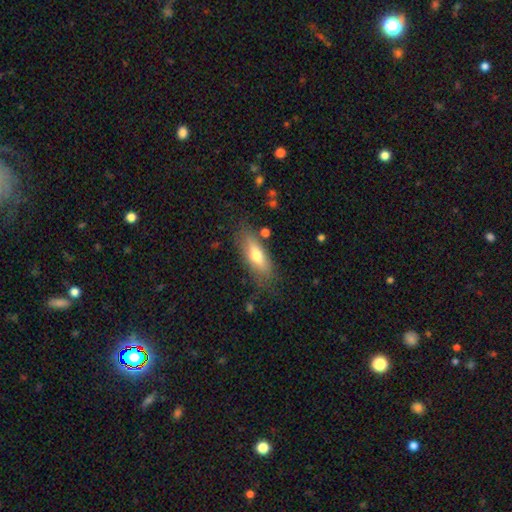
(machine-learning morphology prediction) The model was most divided on "how rounded": in between: 59%, cigar-shaped: 38%, round: 3%. More confident: merging — none (76%); smooth or featured — smooth (61%).